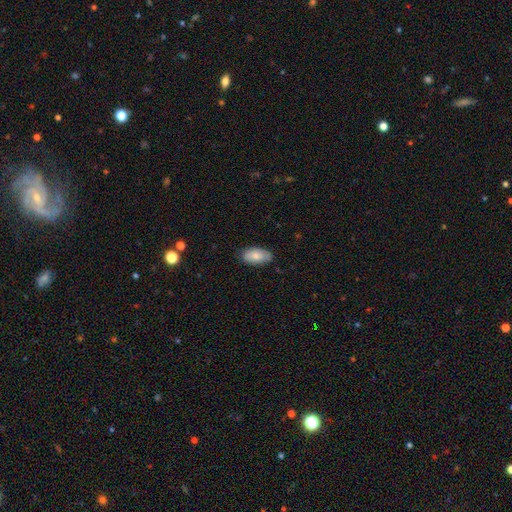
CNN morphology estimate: Smooth or featured? Predicted: smooth (p=0.83). How rounded? Predicted: in between (p=0.94). Merging? Predicted: none (p=0.79).